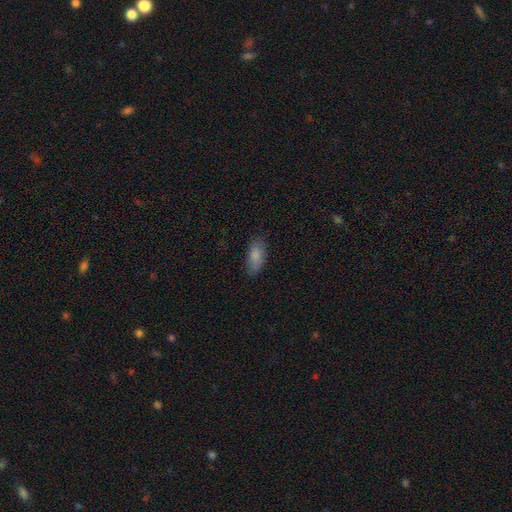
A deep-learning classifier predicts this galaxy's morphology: A smooth galaxy with no disk features (85%) that is in between round and cigar-shaped (89%).

Vote fractions:
- Smooth or featured? smooth: 85% / featured or disk: 8% / star or artifact: 7%
- How rounded? in between: 89% / cigar-shaped: 8% / round: 2%
- Merging? none: 81% / minor disturbance: 15% / major disturbance: 3% / merger: 1%